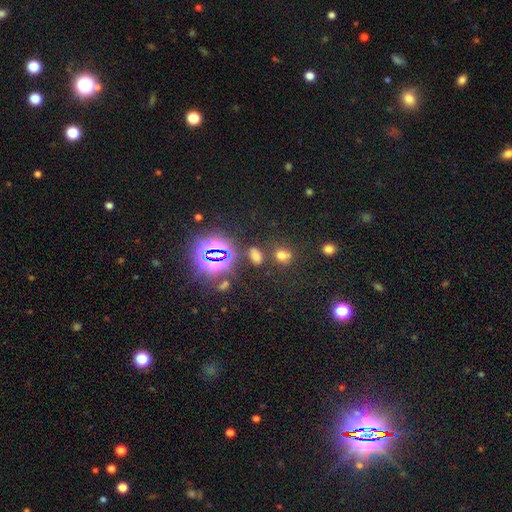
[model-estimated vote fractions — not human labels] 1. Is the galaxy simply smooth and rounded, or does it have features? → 53% smooth, 40% star or artifact, 8% featured or disk.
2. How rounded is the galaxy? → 71% in between, 26% round, 4% cigar-shaped.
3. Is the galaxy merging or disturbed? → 69% none, 14% merger, 11% minor disturbance, 6% major disturbance.